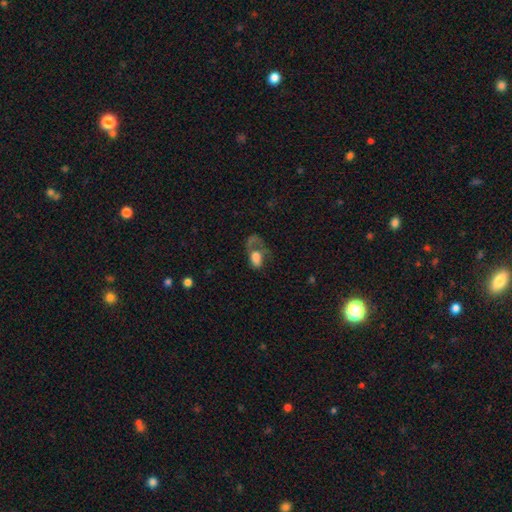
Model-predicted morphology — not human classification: This is possibly a smooth galaxy (54%). How rounded: clearly in between (84%). Merging: possibly major disturbance (53%).